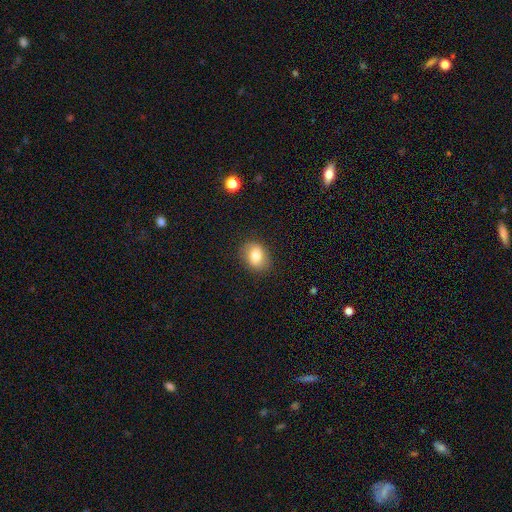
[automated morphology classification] Overall: smooth (80%). How rounded: in between (62%; round 37%). Merging: none (85%).